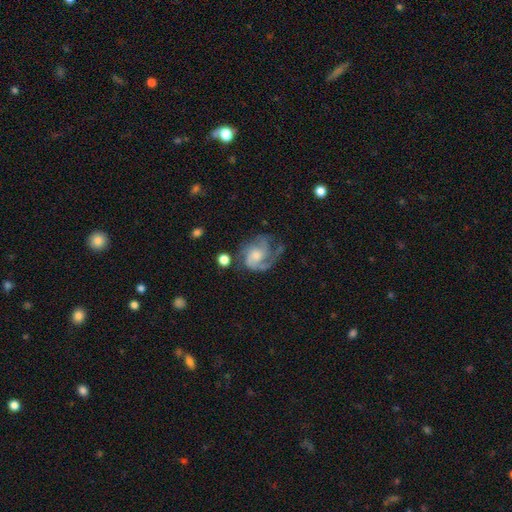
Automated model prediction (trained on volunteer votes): This is likely a featured or disk galaxy (78%). It is clearly not viewed edge-on (98%). Bar: likely no (68%). Spiral arm pattern: clearly yes (93%). Spiral arm count: marginally 3 (34%). Spiral winding: possibly medium (47%). Central bulge: marginally moderate (43%). Merging: possibly none (48%).